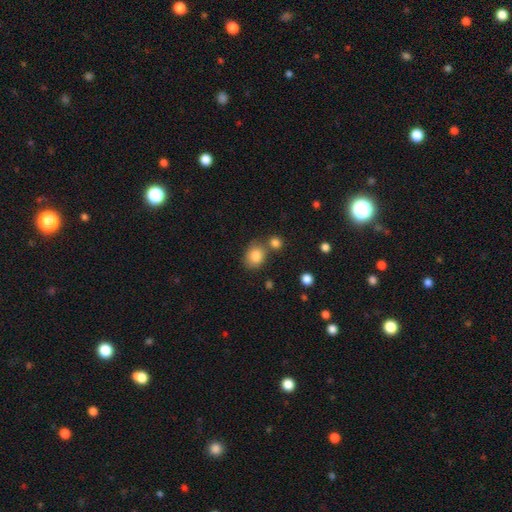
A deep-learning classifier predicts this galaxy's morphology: A smooth galaxy with no disk features (84%) that is round (56%).

Vote fractions:
- Smooth or featured? smooth: 84% / star or artifact: 9% / featured or disk: 7%
- How rounded? round: 56% / in between: 43% / cigar-shaped: 1%
- Merging? none: 63% / merger: 20% / minor disturbance: 13% / major disturbance: 4%